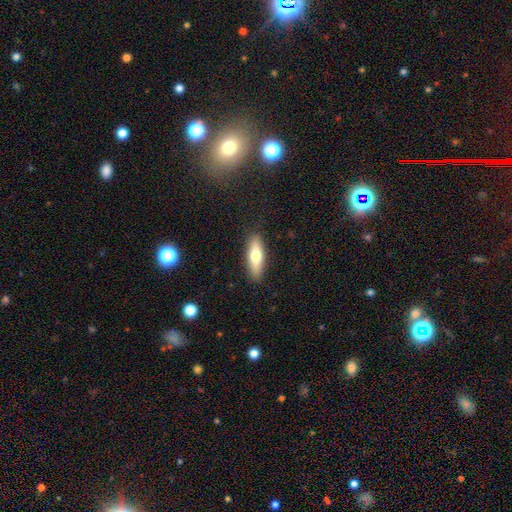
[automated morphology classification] smooth 66%, featured or disk 28%, star or artifact 6%. Down the decision tree: how rounded — cigar-shaped (51%); merging — none (88%).